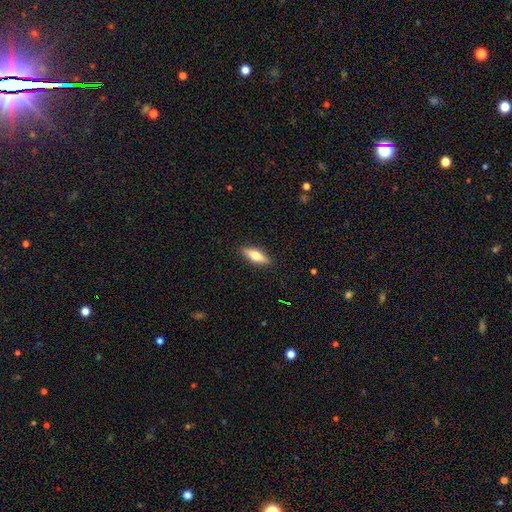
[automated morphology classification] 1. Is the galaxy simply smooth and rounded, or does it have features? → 65% smooth, 29% featured or disk, 6% star or artifact.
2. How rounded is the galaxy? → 53% in between, 44% cigar-shaped, 3% round.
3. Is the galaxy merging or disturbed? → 89% none, 8% minor disturbance, 2% major disturbance, 1% merger.